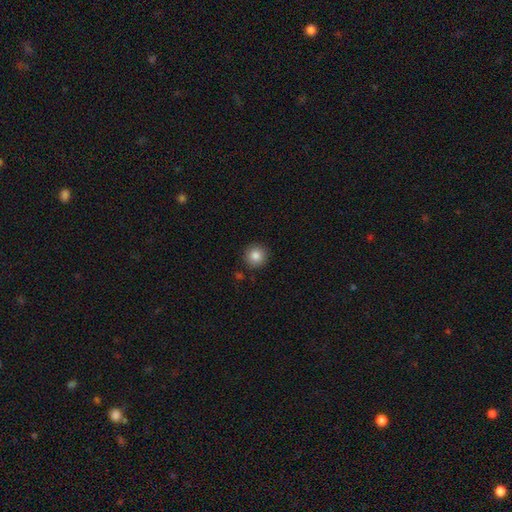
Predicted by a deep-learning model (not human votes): This appears to be a smooth galaxy with no disk features (85%) that is round (95%). Merging: none (90%).